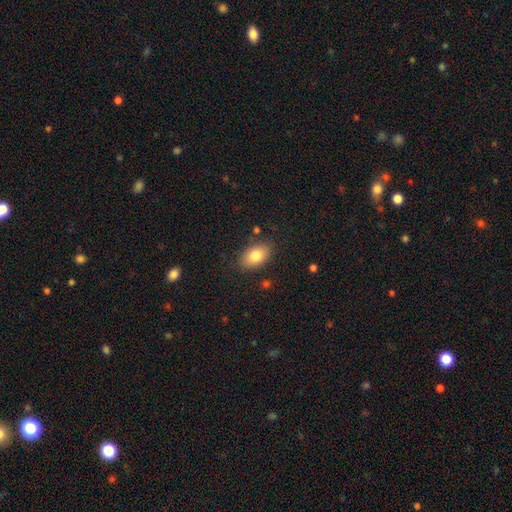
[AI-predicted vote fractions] smooth_or_featured: smooth (p=0.80) [alt: featured or disk p=0.13]
how_rounded: in between (p=0.89) [alt: round p=0.10]
merging: none (p=0.82) [alt: minor disturbance p=0.12]